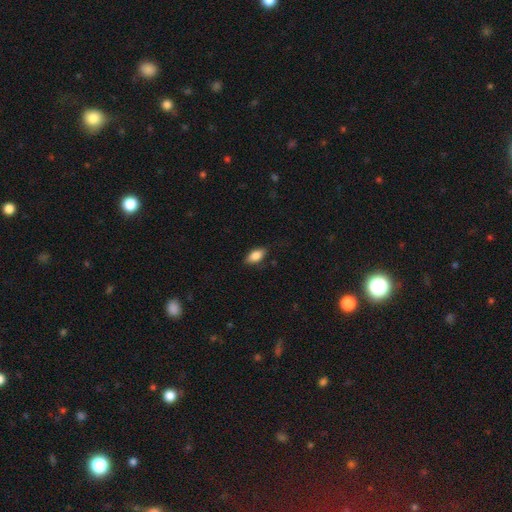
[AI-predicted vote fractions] Smooth or featured: smooth — 85% (featured or disk — 8%)
How rounded: in between — 89% (cigar-shaped — 7%)
Merging: none — 83% (minor disturbance — 13%)